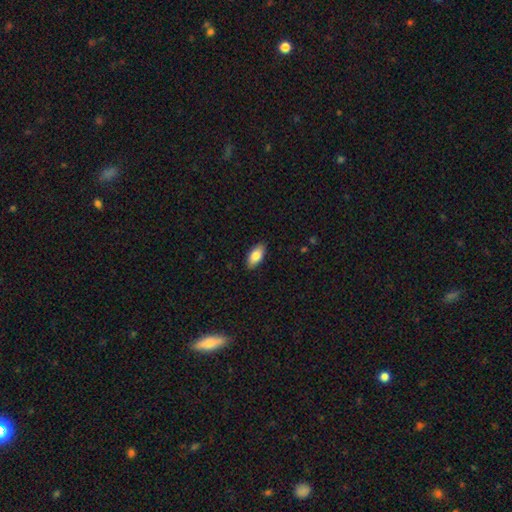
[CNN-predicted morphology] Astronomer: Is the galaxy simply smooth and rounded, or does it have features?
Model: smooth — 83%.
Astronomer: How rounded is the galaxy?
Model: in between — 91%.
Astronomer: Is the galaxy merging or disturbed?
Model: none — 89%.